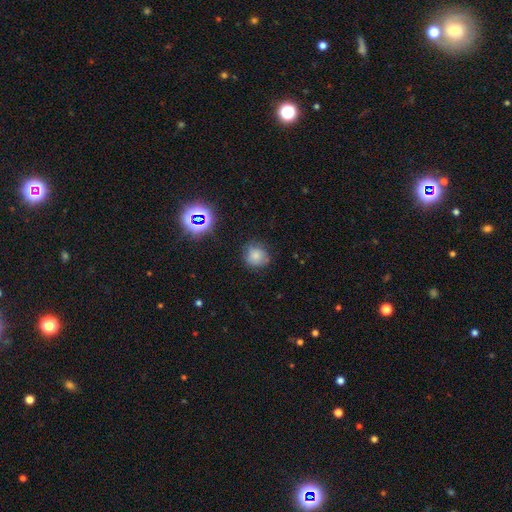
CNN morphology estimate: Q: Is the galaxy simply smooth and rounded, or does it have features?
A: smooth — 74%.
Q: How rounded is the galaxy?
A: round — 86%.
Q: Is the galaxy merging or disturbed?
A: none — 74%.